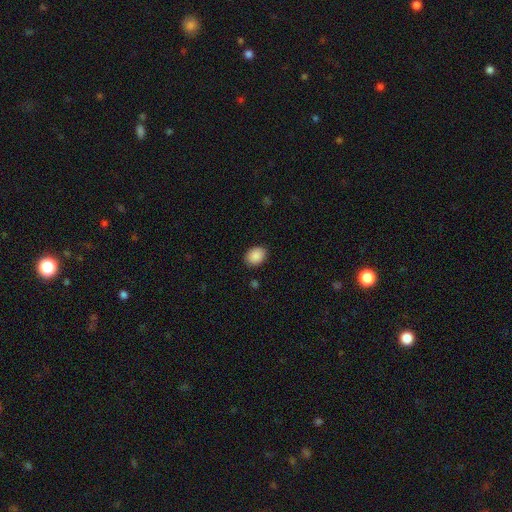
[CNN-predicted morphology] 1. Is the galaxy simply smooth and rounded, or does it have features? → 90% smooth, 7% star or artifact, 3% featured or disk.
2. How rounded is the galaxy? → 61% in between, 38% round, 1% cigar-shaped.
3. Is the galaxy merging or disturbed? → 88% none, 8% minor disturbance, 2% major disturbance, 1% merger.